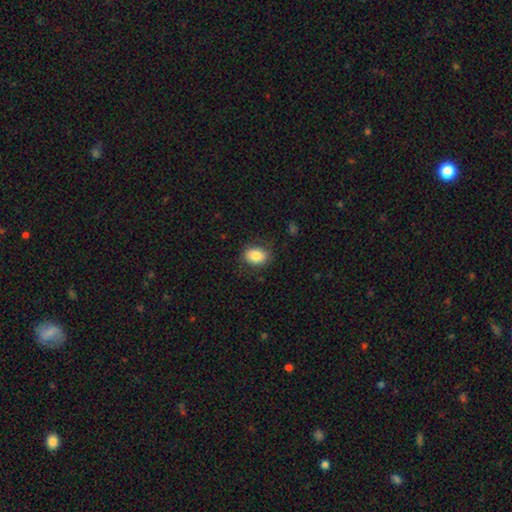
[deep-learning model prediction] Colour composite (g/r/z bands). It shows a smooth galaxy with no disk features (83%) that is in between round and cigar-shaped (67%). Merging: none (82%).